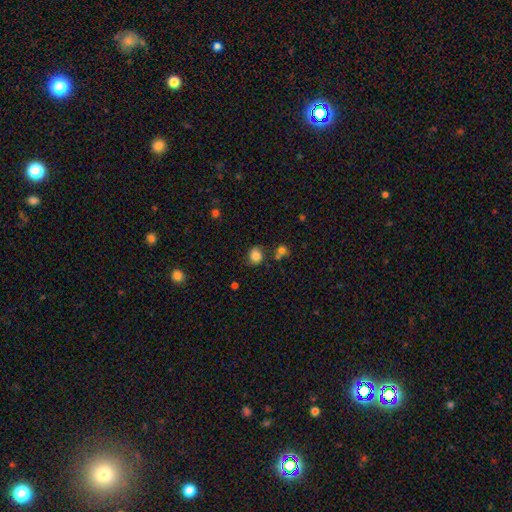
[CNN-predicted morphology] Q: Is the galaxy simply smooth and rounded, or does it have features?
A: smooth — 79%.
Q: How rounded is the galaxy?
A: round — 74%.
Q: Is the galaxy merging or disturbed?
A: none — 66%.